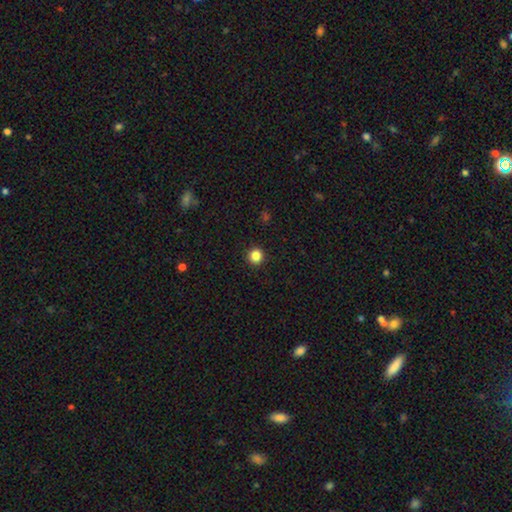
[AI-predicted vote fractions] The model was most divided on "smooth or featured": smooth: 85%, star or artifact: 12%, featured or disk: 4%. More confident: how rounded — round (94%); merging — none (93%).